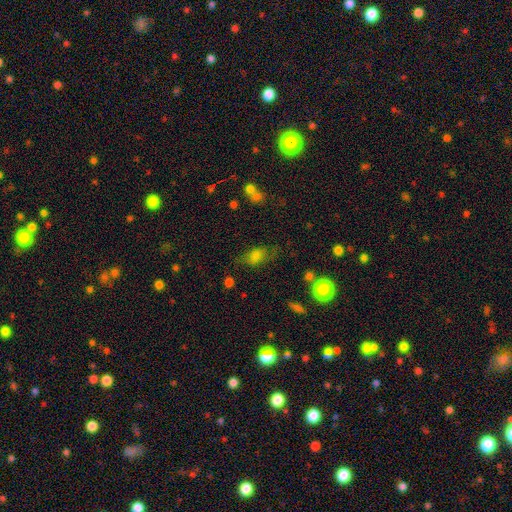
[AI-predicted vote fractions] A smooth galaxy with no disk features (68%) that is in between round and cigar-shaped (80%). Merging: none (58%).